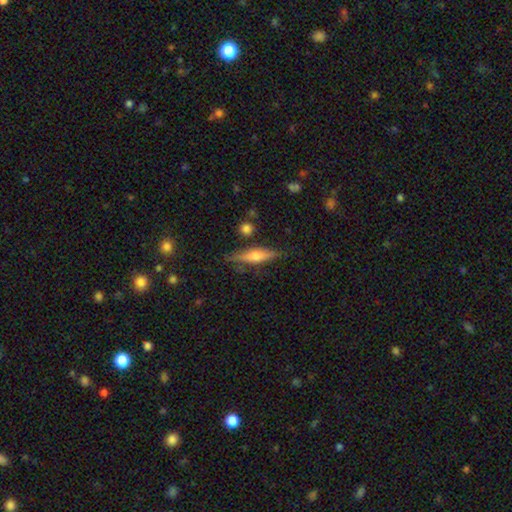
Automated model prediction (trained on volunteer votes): smooth-or-featured: featured or disk: 48% | smooth: 45% | star or artifact: 7%
  merging: none: 79% | minor disturbance: 14% | merger: 4% | major disturbance: 3%